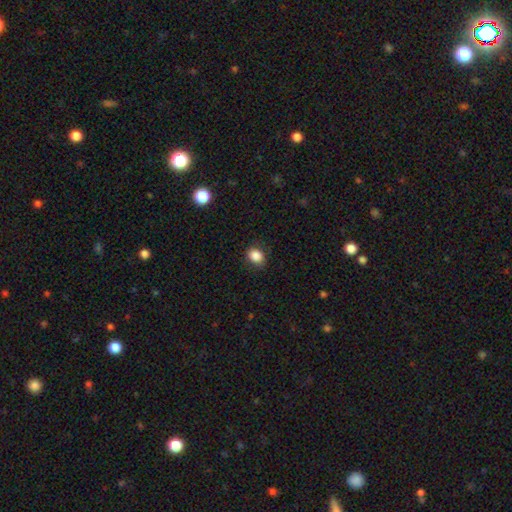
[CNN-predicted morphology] Smooth or featured?
  - smooth: 86% *
  - star or artifact: 10%
  - featured or disk: 4%
How rounded?
  - round: 57% *
  - in between: 42%
  - cigar-shaped: 1%
Merging?
  - none: 82% *
  - minor disturbance: 13%
  - major disturbance: 4%
  - merger: 1%